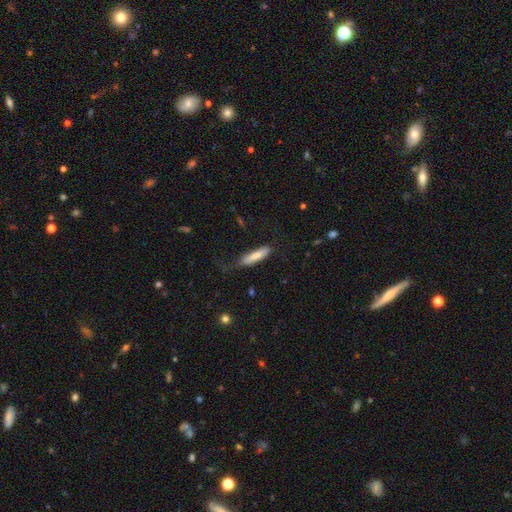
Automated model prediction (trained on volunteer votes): Morphology: type=smooth (77%); roundness=cigar-shaped (73%); merging=none (52%).